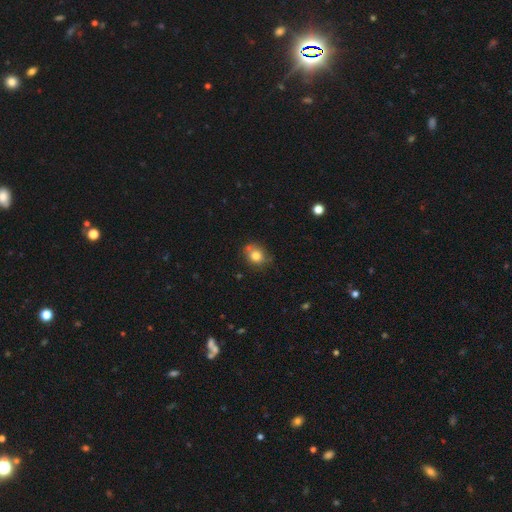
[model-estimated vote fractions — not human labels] Smooth or featured? Predicted: smooth (p=0.78). How rounded? Predicted: round (p=0.55). Merging? Predicted: none (p=0.67).